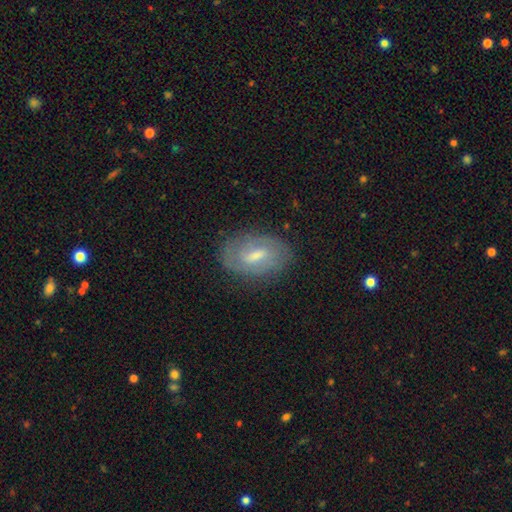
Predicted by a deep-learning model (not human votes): Smooth or featured? featured or disk (59%)
Edge-on disk? no (93%)
Bar? weak (59%)
Spiral arms? yes (71%)
Bulge size? moderate (49%)
Merging? none (76%)